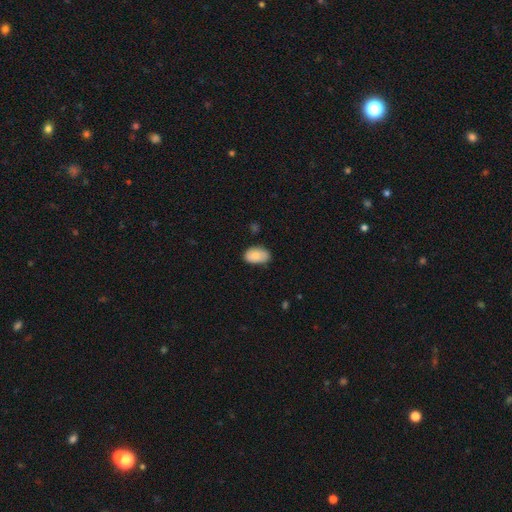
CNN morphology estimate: The model was most divided on "merging": none: 72%, minor disturbance: 23%, major disturbance: 3%, merger: 2%. More confident: how rounded — in between (92%); smooth or featured — smooth (83%).